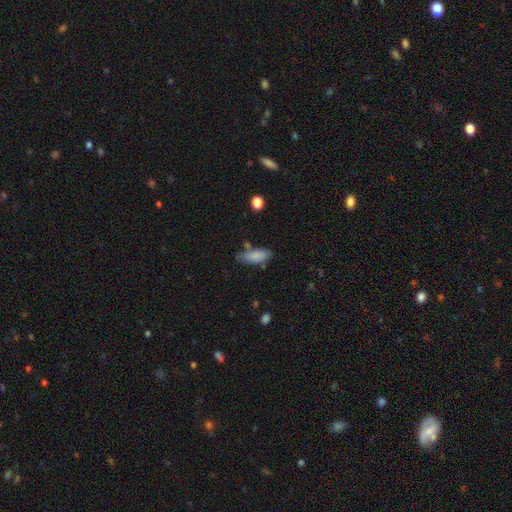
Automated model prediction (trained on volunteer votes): A smooth galaxy with no disk features (84%) that is in between round and cigar-shaped (73%).

Vote fractions:
- Smooth or featured? smooth: 84% / featured or disk: 9% / star or artifact: 7%
- How rounded? in between: 73% / cigar-shaped: 25% / round: 2%
- Merging? none: 67% / minor disturbance: 21% / merger: 7% / major disturbance: 5%